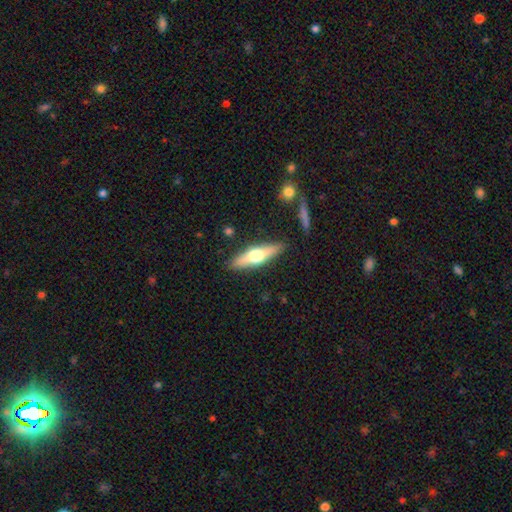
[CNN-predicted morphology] Smooth or featured? featured or disk (50%)
Merging? none (87%)